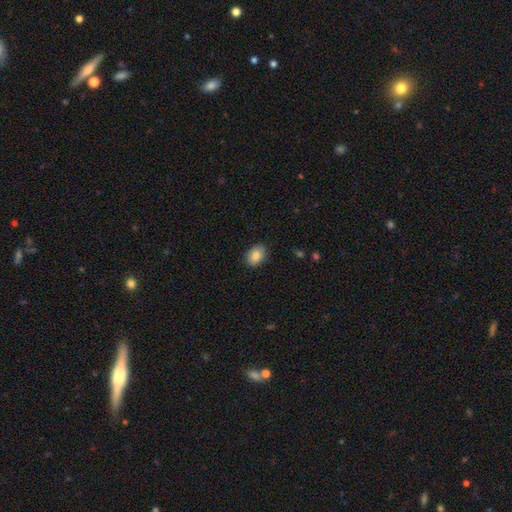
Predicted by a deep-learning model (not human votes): A smooth galaxy with no disk features (85%) that is in between round and cigar-shaped (79%).

Vote fractions:
- Smooth or featured? smooth: 85% / featured or disk: 8% / star or artifact: 7%
- How rounded? in between: 79% / round: 20% / cigar-shaped: 1%
- Merging? none: 87% / minor disturbance: 10% / major disturbance: 2% / merger: 1%